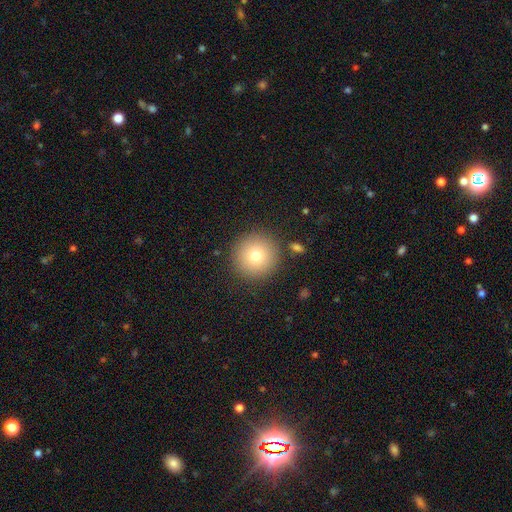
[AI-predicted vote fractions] This is likely a smooth galaxy (76%). How rounded: clearly round (96%). Merging: clearly none (88%).